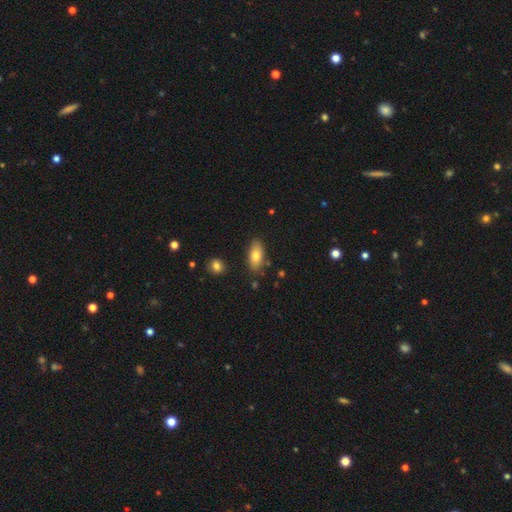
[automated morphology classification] This appears to be a smooth galaxy with no disk features (76%) that is in between round and cigar-shaped (86%). Merging: none (82%).